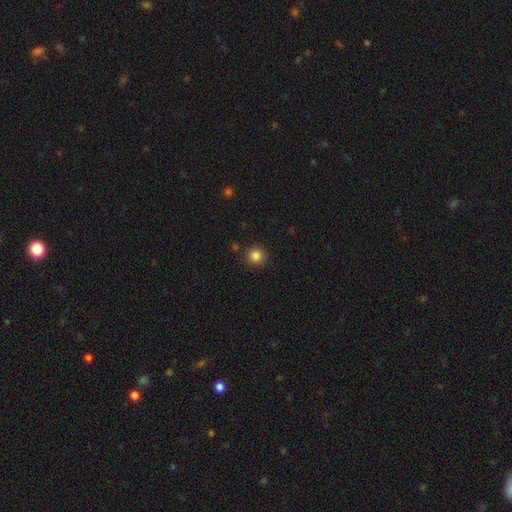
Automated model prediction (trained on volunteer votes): This is clearly a smooth galaxy (85%). How rounded: clearly round (94%). Merging: clearly none (90%).